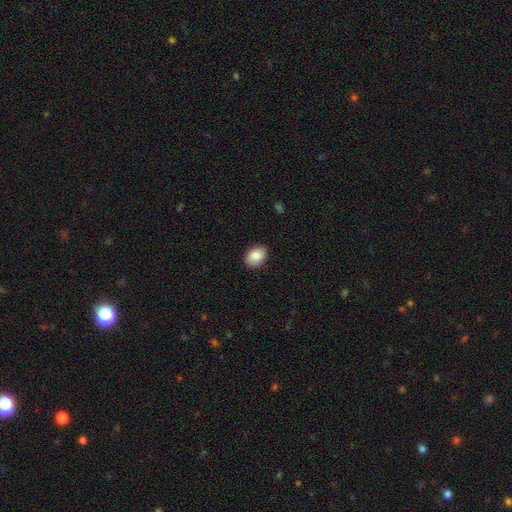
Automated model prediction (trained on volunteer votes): Smooth or featured?
  - smooth: 87% *
  - star or artifact: 7%
  - featured or disk: 6%
How rounded?
  - in between: 77% *
  - round: 22%
  - cigar-shaped: 1%
Merging?
  - none: 89% *
  - minor disturbance: 8%
  - major disturbance: 2%
  - merger: 1%